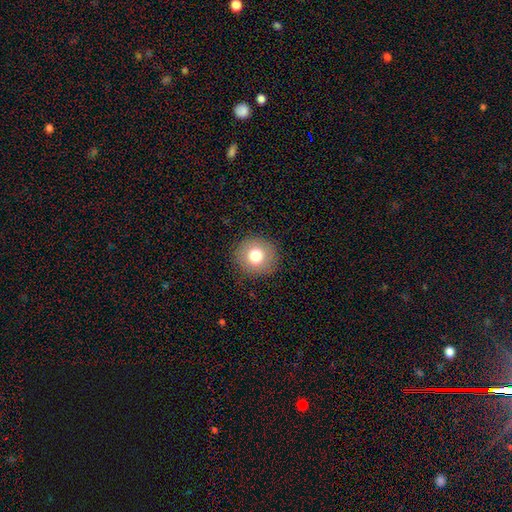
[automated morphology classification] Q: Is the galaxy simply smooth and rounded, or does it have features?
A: smooth — 77%.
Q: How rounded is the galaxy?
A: round — 92%.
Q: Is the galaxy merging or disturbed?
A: none — 89%.